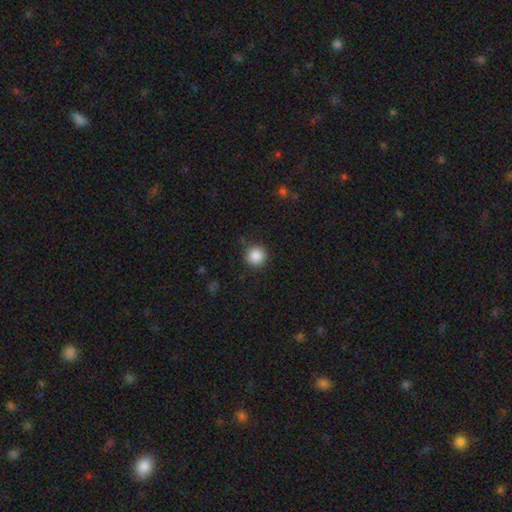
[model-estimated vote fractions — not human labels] This is clearly a smooth galaxy (87%). How rounded: clearly round (95%). Merging: clearly none (88%).